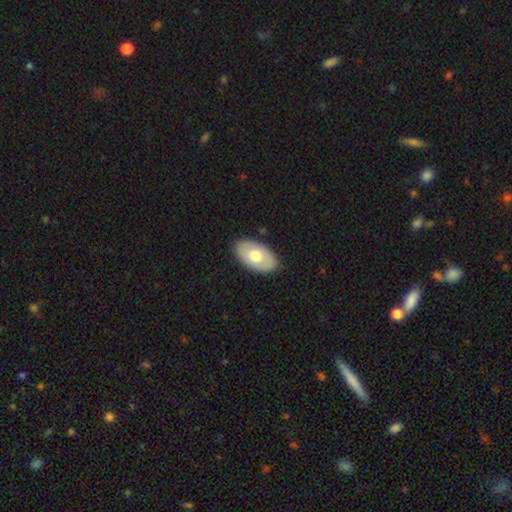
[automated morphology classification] smooth_or_featured: smooth (p=0.64) [alt: featured or disk p=0.30]
how_rounded: in between (p=0.94) [alt: round p=0.05]
merging: none (p=0.86) [alt: minor disturbance p=0.10]